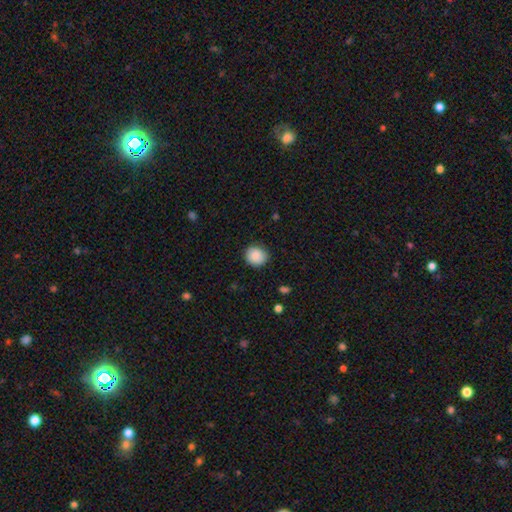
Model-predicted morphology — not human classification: type=smooth (88%); roundness=round (81%); merging=none (85%).